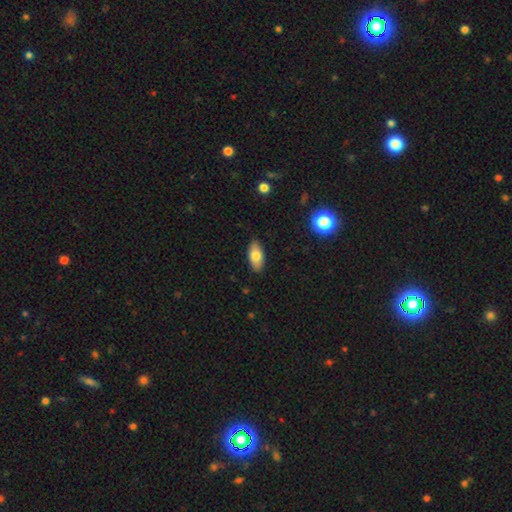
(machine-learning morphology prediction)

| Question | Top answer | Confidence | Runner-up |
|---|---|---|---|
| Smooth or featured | smooth | 76% | featured or disk (17%) |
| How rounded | in between | 90% | cigar-shaped (7%) |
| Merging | none | 87% | minor disturbance (10%) |